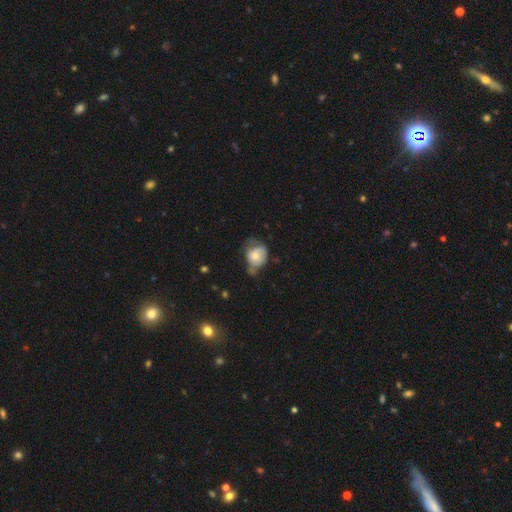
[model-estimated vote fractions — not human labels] A smooth galaxy with no disk features (57%) that is round (56%).

Vote fractions:
- Smooth or featured? smooth: 57% / featured or disk: 36% / star or artifact: 7%
- How rounded? round: 56% / in between: 43% / cigar-shaped: 1%
- Merging? minor disturbance: 37% / none: 30% / major disturbance: 25% / merger: 9%